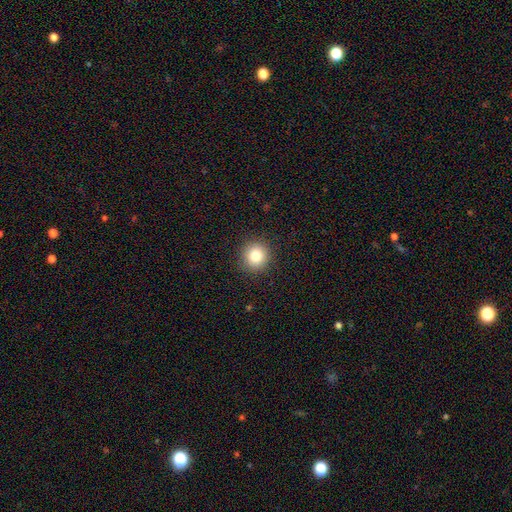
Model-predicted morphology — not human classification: Q: Smooth or featured?
A: smooth (82%); runner-up: star or artifact (11%)
Q: How rounded?
A: round (93%); runner-up: in between (6%)
Q: Merging?
A: none (91%); runner-up: minor disturbance (6%)